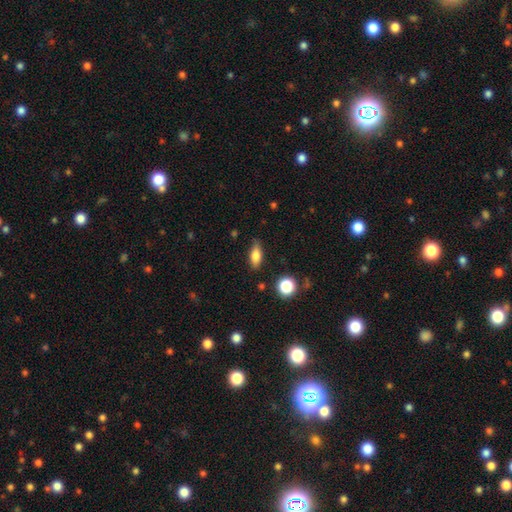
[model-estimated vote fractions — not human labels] Smooth or featured? smooth (76%)
How rounded? in between (74%)
Merging? none (81%)